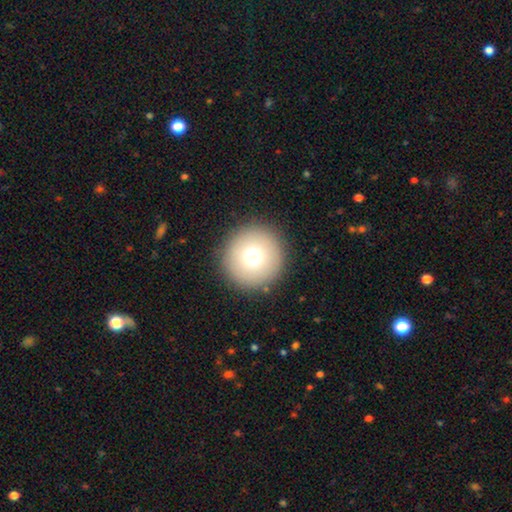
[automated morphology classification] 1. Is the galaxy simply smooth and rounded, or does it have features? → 73% smooth, 14% featured or disk, 13% star or artifact.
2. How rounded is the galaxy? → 96% round, 3% in between, 1% cigar-shaped.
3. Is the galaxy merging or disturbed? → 91% none, 5% minor disturbance, 2% major disturbance, 1% merger.